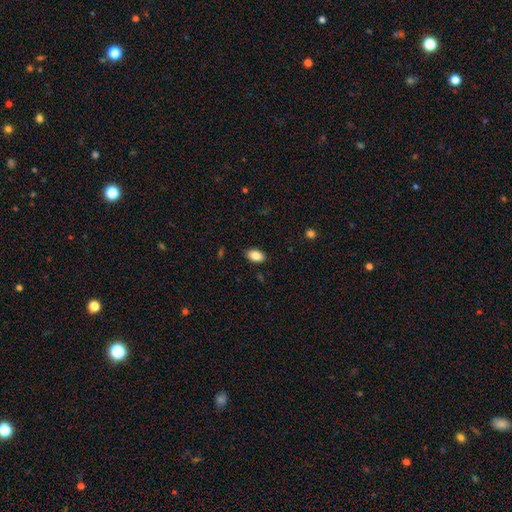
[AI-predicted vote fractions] Smooth or featured? Predicted: smooth (p=0.86). How rounded? Predicted: in between (p=0.91). Merging? Predicted: none (p=0.87).